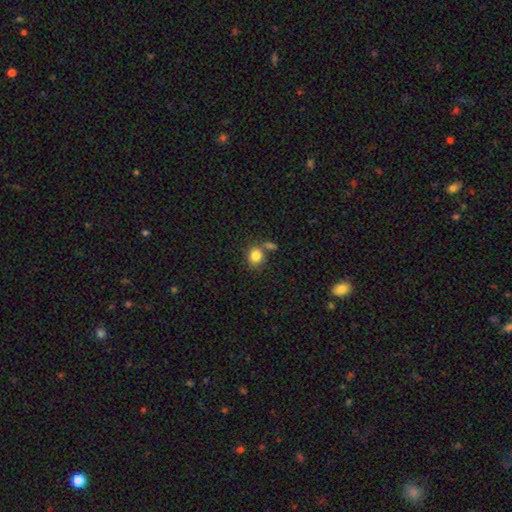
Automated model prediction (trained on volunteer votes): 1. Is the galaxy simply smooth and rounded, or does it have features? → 84% smooth, 10% star or artifact, 6% featured or disk.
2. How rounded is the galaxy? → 76% round, 23% in between, 1% cigar-shaped.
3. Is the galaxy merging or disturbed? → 65% none, 20% merger, 12% minor disturbance, 4% major disturbance.